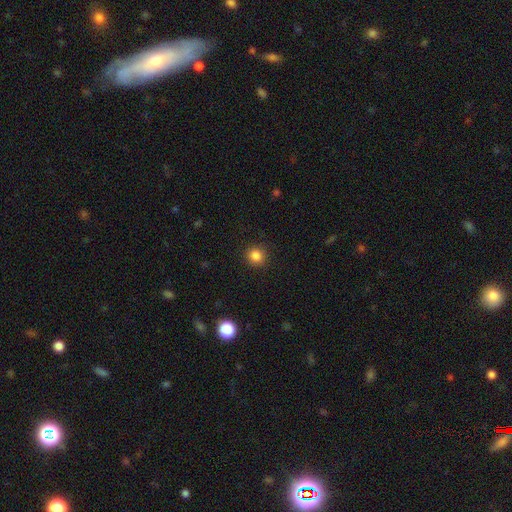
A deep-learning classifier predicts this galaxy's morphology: This appears to be a smooth galaxy with no disk features (84%) that is round (89%). Merging: none (91%).